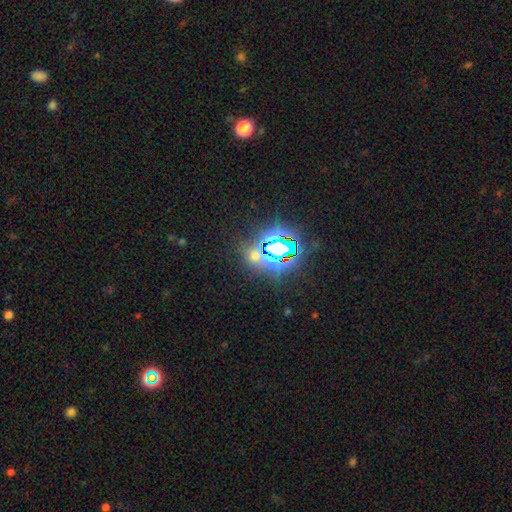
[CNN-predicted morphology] star or artifact 62%, smooth 30%, featured or disk 8%.